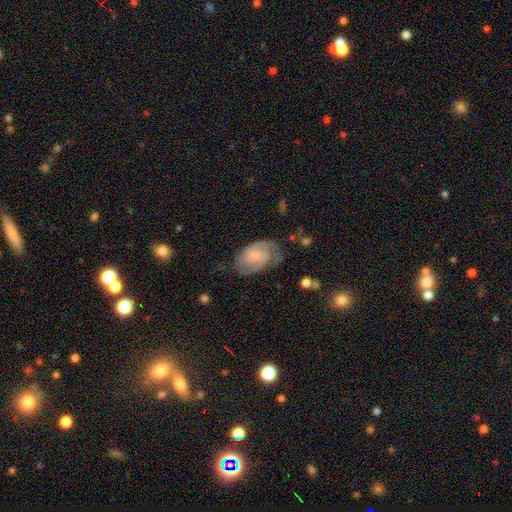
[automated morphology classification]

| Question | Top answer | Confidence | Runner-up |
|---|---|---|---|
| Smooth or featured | featured or disk | 62% | smooth (31%) |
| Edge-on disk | no | 97% | yes (3%) |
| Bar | no | 50% | weak (42%) |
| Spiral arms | yes | 89% | no (11%) |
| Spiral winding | medium | 45% | tight (37%) |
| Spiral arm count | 2 | 60% | can't tell (22%) |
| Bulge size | small | 61% | moderate (23%) |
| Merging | none | 58% | minor disturbance (27%) |